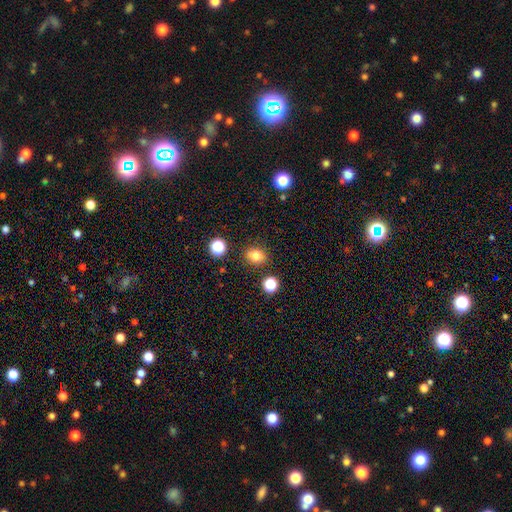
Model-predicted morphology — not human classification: Smooth or featured? Predicted: smooth (p=0.79). How rounded? Predicted: round (p=0.51). Merging? Predicted: none (p=0.84).